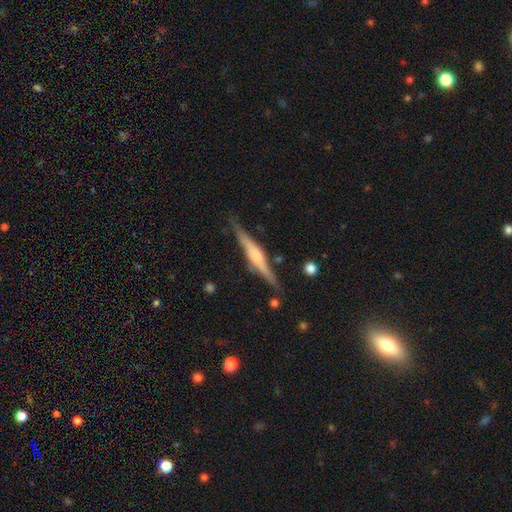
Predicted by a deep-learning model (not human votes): Overall: featured or disk (70%). Edge-on disk: yes (97%). Edge-on bulge: rounded (67%). Merging: none (82%).